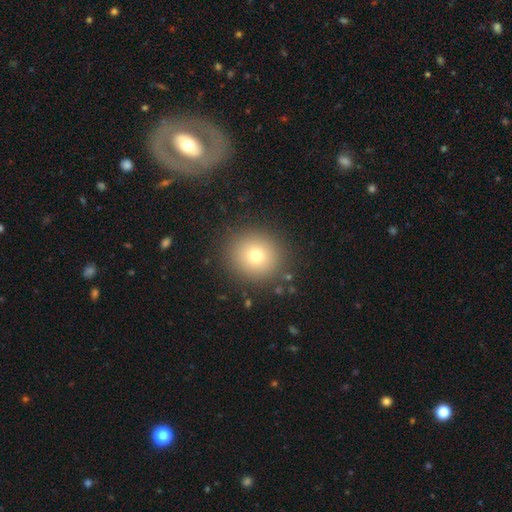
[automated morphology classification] Smooth or featured?
  - smooth: 74% *
  - star or artifact: 14%
  - featured or disk: 12%
How rounded?
  - round: 92% *
  - in between: 7%
  - cigar-shaped: 1%
Merging?
  - none: 88% *
  - minor disturbance: 7%
  - major disturbance: 3%
  - merger: 2%